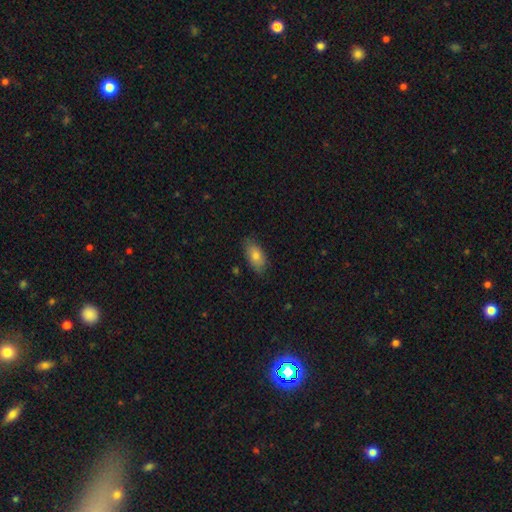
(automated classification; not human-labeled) The model was most divided on "merging": none: 79%, minor disturbance: 17%, major disturbance: 3%, merger: 1%. More confident: how rounded — in between (91%); smooth or featured — smooth (79%).